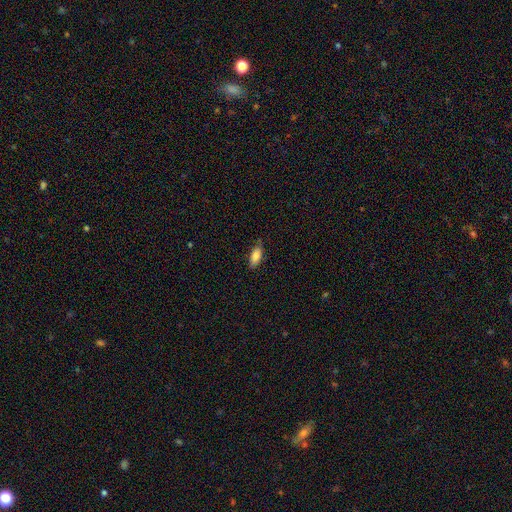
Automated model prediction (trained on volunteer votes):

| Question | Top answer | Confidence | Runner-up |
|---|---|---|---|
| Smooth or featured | smooth | 83% | featured or disk (10%) |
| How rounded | in between | 83% | cigar-shaped (15%) |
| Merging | none | 75% | minor disturbance (21%) |